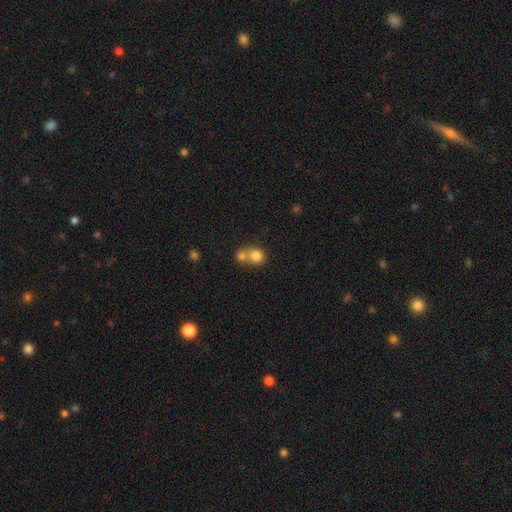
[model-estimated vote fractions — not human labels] Smooth or featured?
  - smooth: 78% *
  - featured or disk: 12%
  - star or artifact: 10%
How rounded?
  - round: 76% *
  - in between: 23%
  - cigar-shaped: 1%
Merging?
  - merger: 61% *
  - none: 31%
  - minor disturbance: 6%
  - major disturbance: 3%